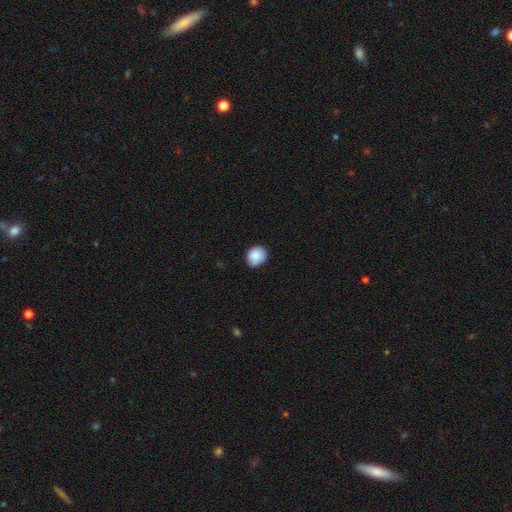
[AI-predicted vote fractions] Morphology: type=smooth (86%); roundness=round (69%); merging=none (78%).